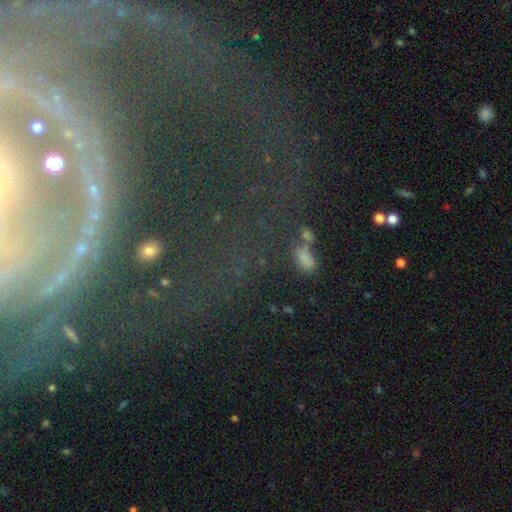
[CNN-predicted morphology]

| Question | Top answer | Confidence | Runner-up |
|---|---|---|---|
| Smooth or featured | featured or disk | 63% | star or artifact (23%) |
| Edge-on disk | no | 91% | yes (9%) |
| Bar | no | 38% | strong (31%) |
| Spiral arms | yes | 80% | no (20%) |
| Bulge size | small | 54% | moderate (28%) |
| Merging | none | 52% | major disturbance (23%) |